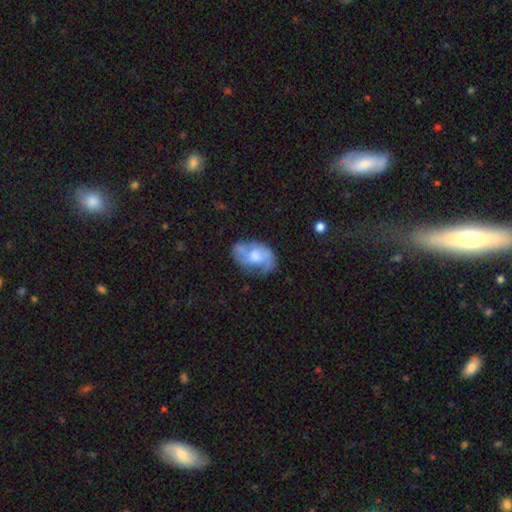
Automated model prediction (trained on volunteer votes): featured or disk 68%, smooth 25%, star or artifact 7%. Down the decision tree: edge-on disk — no (97%); bar — no (60%); spiral arms — yes (82%); spiral arm count — 2 (70%); spiral winding — medium (46%); bulge size — moderate (37%); merging — none (54%).